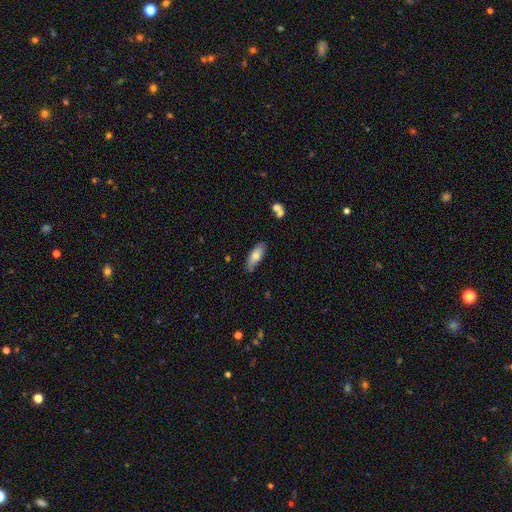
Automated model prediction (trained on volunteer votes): smooth-or-featured: smooth: 73% | featured or disk: 21% | star or artifact: 7%
  how-rounded: in between: 74% | cigar-shaped: 24% | round: 2%
  merging: none: 79% | minor disturbance: 16% | major disturbance: 3% | merger: 2%